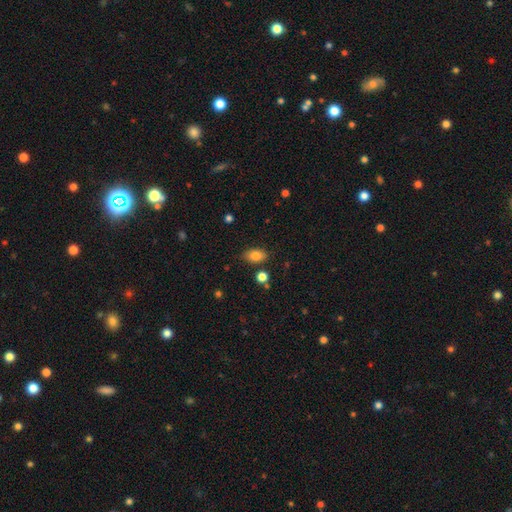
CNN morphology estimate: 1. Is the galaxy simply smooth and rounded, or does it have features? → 84% smooth, 9% star or artifact, 7% featured or disk.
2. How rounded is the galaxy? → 88% in between, 10% round, 2% cigar-shaped.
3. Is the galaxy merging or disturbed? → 81% none, 13% minor disturbance, 3% merger, 3% major disturbance.